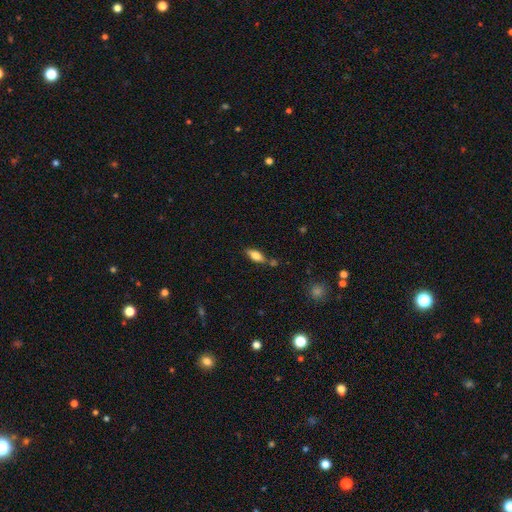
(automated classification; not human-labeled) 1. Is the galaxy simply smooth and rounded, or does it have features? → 71% smooth, 22% featured or disk, 7% star or artifact.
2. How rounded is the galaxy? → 73% in between, 25% cigar-shaped, 3% round.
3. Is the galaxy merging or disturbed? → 70% none, 16% minor disturbance, 10% merger, 4% major disturbance.